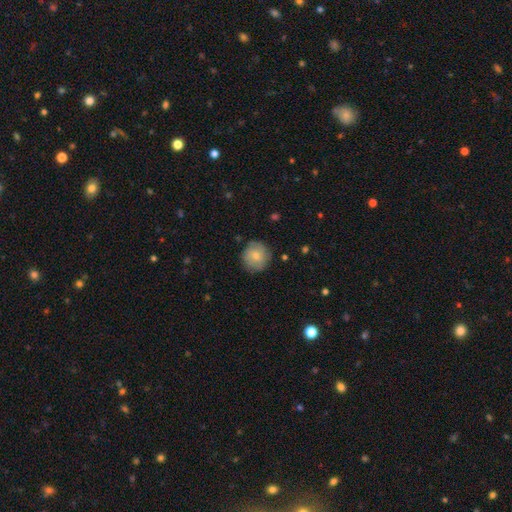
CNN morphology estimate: This appears to be a smooth galaxy with no disk features (70%) that is round (91%). Merging: none (82%).